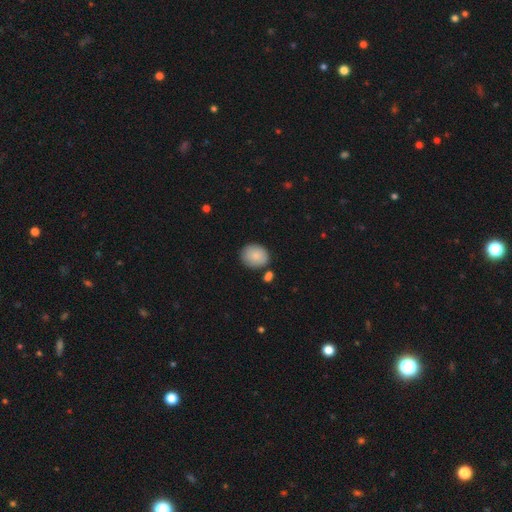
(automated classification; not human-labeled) Smooth or featured? smooth (85%)
How rounded? round (56%)
Merging? none (77%)